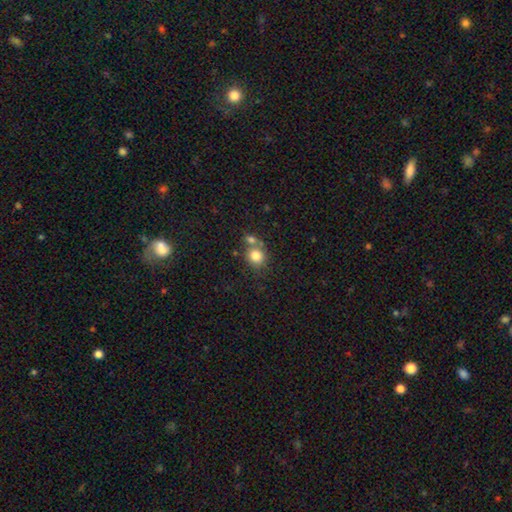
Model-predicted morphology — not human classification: A smooth galaxy with no disk features (81%) that is round (77%). Merging: none (49%).